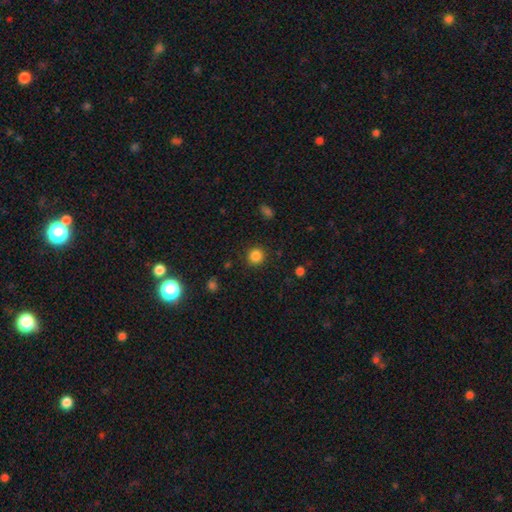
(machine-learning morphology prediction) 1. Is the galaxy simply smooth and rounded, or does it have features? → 85% smooth, 12% star or artifact, 4% featured or disk.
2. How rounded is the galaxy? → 92% round, 7% in between, 1% cigar-shaped.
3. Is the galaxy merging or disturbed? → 89% none, 7% minor disturbance, 3% major disturbance, 1% merger.